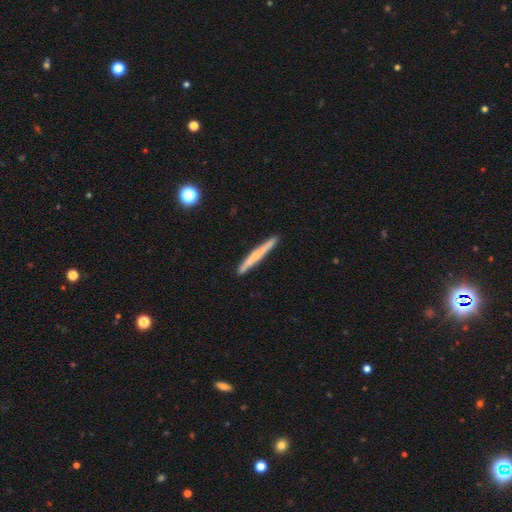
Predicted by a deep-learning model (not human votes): Smooth or featured?
  - featured or disk: 48% *
  - smooth: 47%
  - star or artifact: 6%
Merging?
  - none: 91% *
  - minor disturbance: 7%
  - major disturbance: 1%
  - merger: 1%